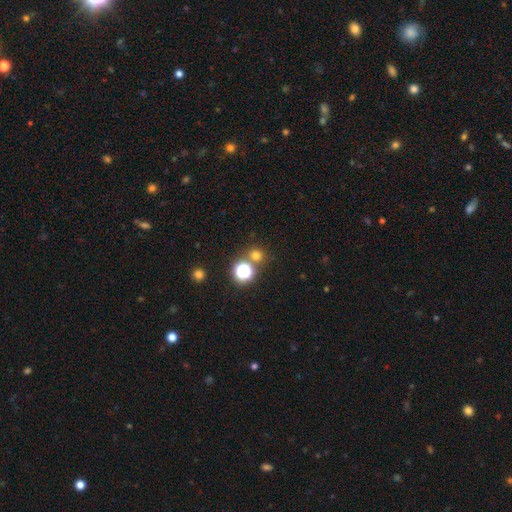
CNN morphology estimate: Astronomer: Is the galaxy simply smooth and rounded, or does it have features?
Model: smooth — 67%.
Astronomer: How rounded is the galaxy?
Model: round — 90%.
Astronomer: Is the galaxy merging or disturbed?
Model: none — 75%.